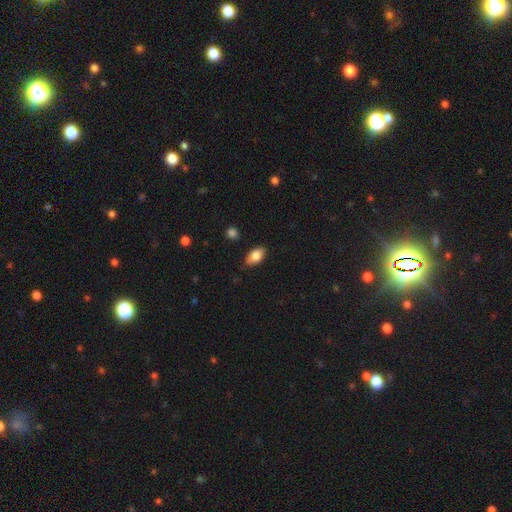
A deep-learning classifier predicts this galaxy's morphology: smooth-or-featured: smooth: 81% | featured or disk: 12% | star or artifact: 7%
  how-rounded: in between: 91% | round: 5% | cigar-shaped: 3%
  merging: none: 81% | minor disturbance: 15% | major disturbance: 2% | merger: 1%